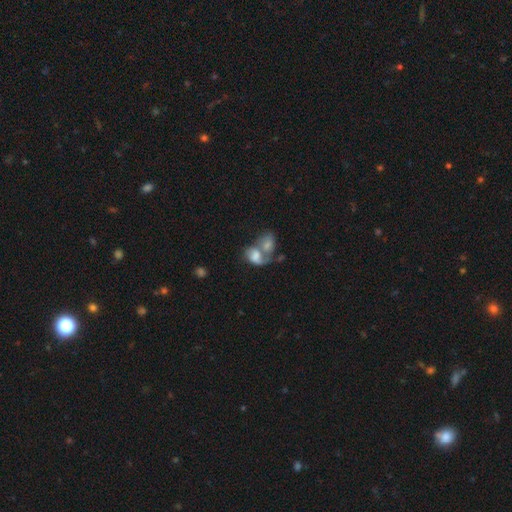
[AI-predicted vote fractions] Smooth or featured? smooth (54%)
How rounded? in between (71%)
Merging? merger (74%)